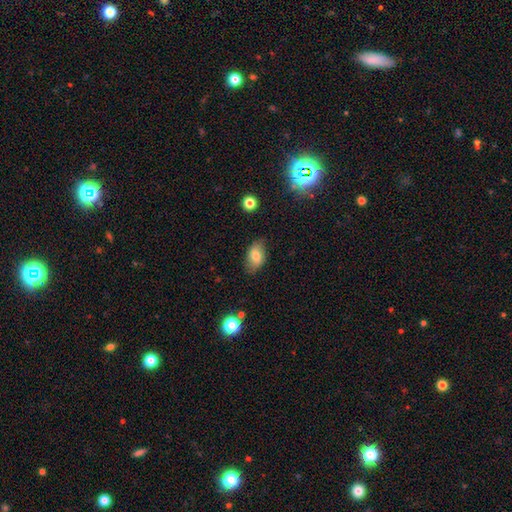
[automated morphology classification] Overall: smooth (76%). How rounded: in between (89%). Merging: none (76%).